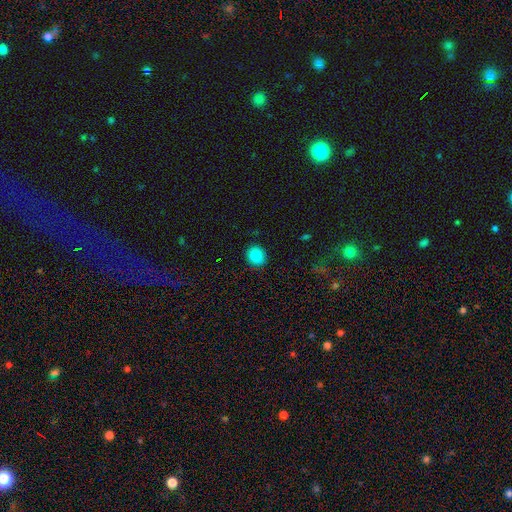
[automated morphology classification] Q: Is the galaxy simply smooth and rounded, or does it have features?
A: smooth — 86%.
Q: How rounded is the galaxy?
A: round — 71%.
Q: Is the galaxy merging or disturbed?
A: none — 89%.